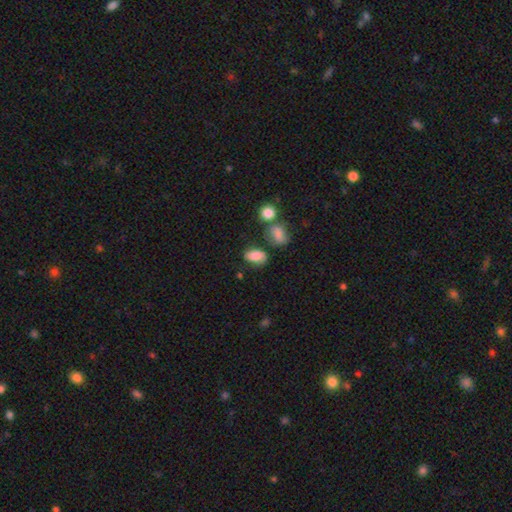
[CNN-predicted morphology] Smooth or featured?
  - smooth: 76% *
  - featured or disk: 15%
  - star or artifact: 9%
How rounded?
  - in between: 87% *
  - round: 11%
  - cigar-shaped: 2%
Merging?
  - none: 57% *
  - minor disturbance: 24%
  - merger: 10%
  - major disturbance: 9%